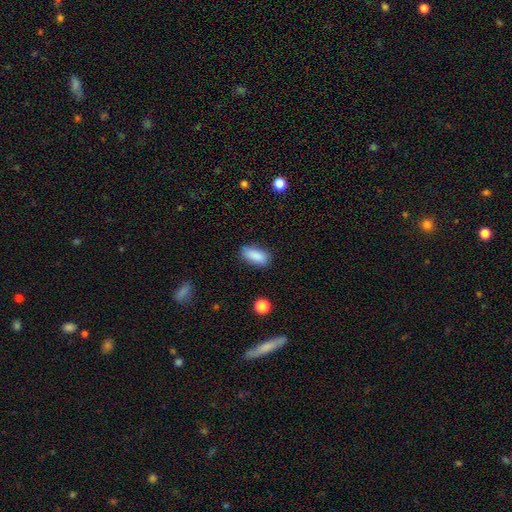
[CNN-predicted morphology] Smooth or featured: smooth — 88% (star or artifact — 7%)
How rounded: in between — 87% (cigar-shaped — 10%)
Merging: none — 82% (minor disturbance — 14%)